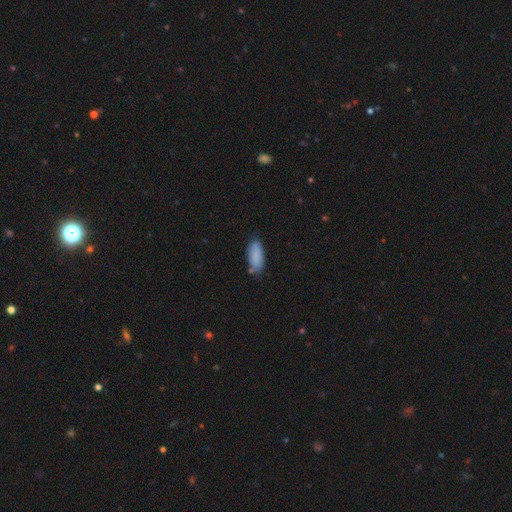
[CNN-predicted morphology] smooth 88%, star or artifact 7%, featured or disk 6%. Down the decision tree: how rounded — in between (78%); merging — none (72%).